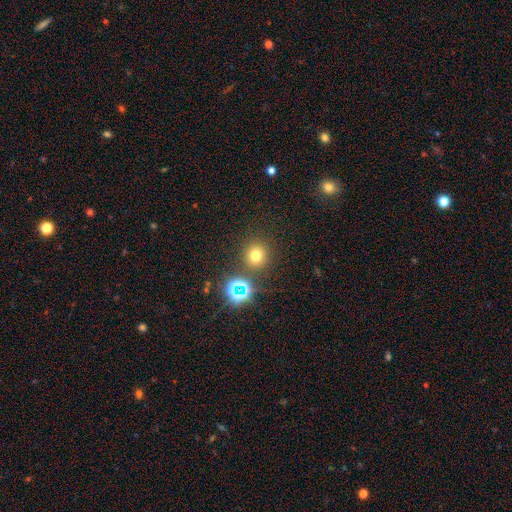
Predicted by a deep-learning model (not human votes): A smooth galaxy with no disk features (66%) that is round (92%).

Vote fractions:
- Smooth or featured? smooth: 66% / star or artifact: 26% / featured or disk: 8%
- How rounded? round: 92% / in between: 8% / cigar-shaped: 1%
- Merging? none: 84% / minor disturbance: 7% / merger: 6% / major disturbance: 3%